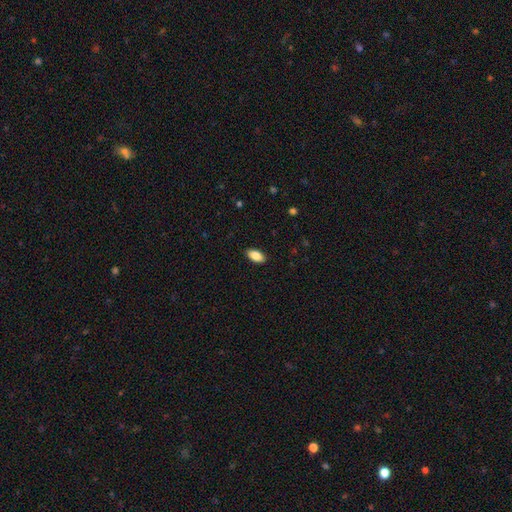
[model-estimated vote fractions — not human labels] smooth-or-featured: smooth: 88% | star or artifact: 7% | featured or disk: 5%
  how-rounded: in between: 92% | cigar-shaped: 5% | round: 3%
  merging: none: 89% | minor disturbance: 8% | major disturbance: 2% | merger: 1%